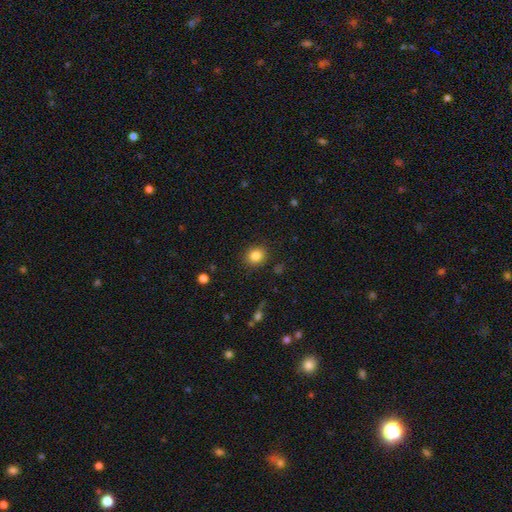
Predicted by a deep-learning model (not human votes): smooth-or-featured: smooth: 84% | star or artifact: 10% | featured or disk: 6%
  how-rounded: round: 70% | in between: 29% | cigar-shaped: 1%
  merging: none: 87% | minor disturbance: 9% | major disturbance: 3% | merger: 1%